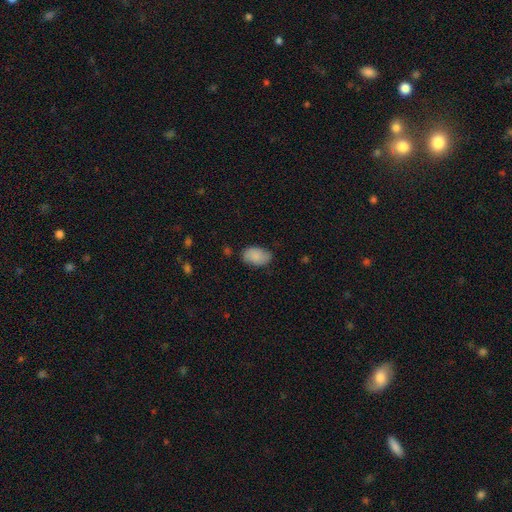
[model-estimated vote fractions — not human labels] This is clearly a smooth galaxy (84%). How rounded: clearly in between (92%). Merging: likely none (73%).